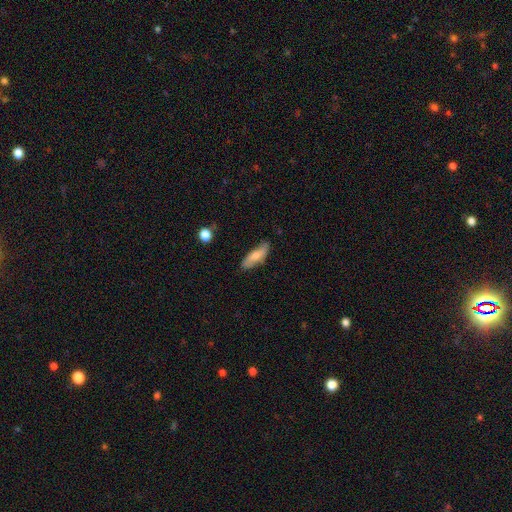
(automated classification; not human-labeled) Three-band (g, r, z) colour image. It shows a smooth galaxy with no disk features (67%) that is in between round and cigar-shaped (60%). Merging: none (75%).